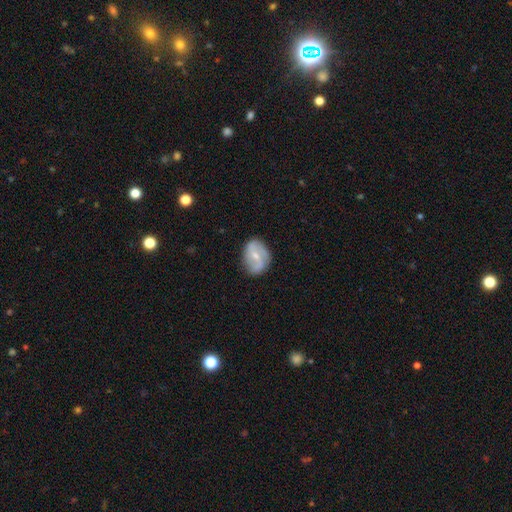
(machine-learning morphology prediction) smooth-or-featured: featured or disk: 63% | smooth: 30% | star or artifact: 6%
  disk-edge-on: no: 97% | yes: 3%
    bar: weak: 50% | no: 31% | strong: 19%
    has-spiral-arms: yes: 83% | no: 17%
      spiral-winding: medium: 40% (tied) | loose: 40% (tied) | tight: 20%
      spiral-arm-count: 2: 81% | can't tell: 11% | 1: 4% | 3: 2% | 4: 1% | more than 4: 1%
    bulge-size: small: 48% | moderate: 46% | none: 3% | large: 2% | dominant: 1%
  merging: none: 74% | minor disturbance: 19% | major disturbance: 5% | merger: 2%